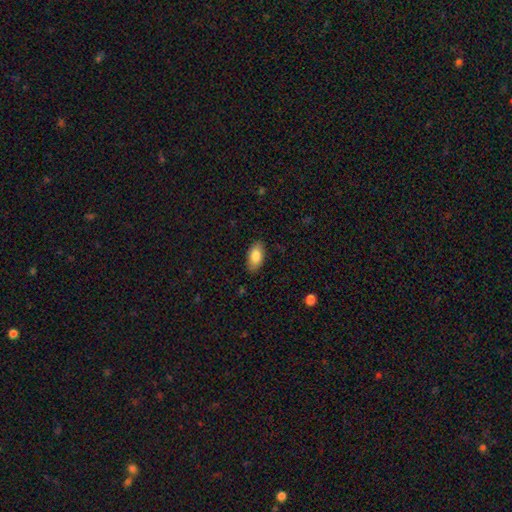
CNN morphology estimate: Overall: smooth (84%). How rounded: in between (93%). Merging: none (85%).